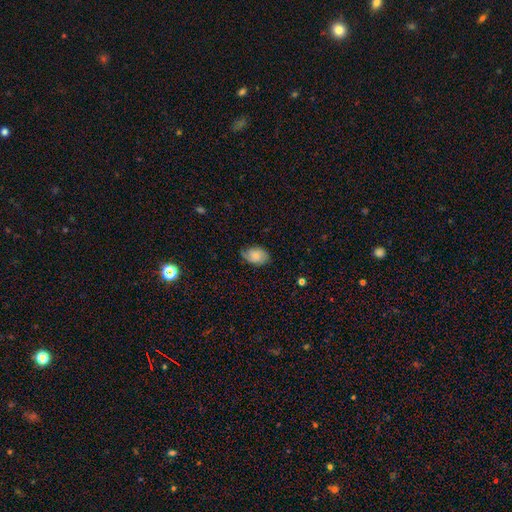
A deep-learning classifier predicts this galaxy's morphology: A smooth galaxy with no disk features (61%) that is in between round and cigar-shaped (87%). Merging: none (67%).